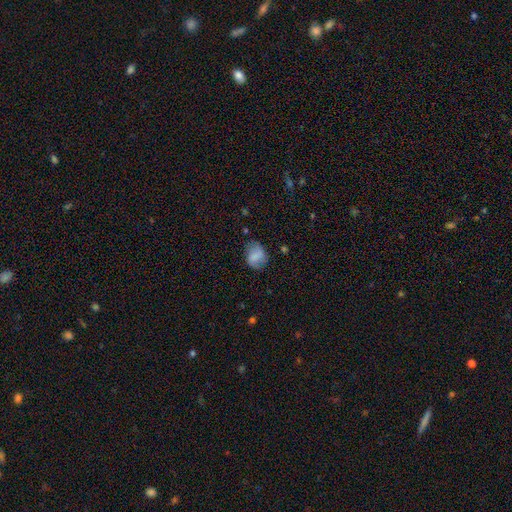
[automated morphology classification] The model was most divided on "how rounded": in between: 58%, round: 41%, cigar-shaped: 1%. More confident: smooth or featured — smooth (68%); merging — none (65%).